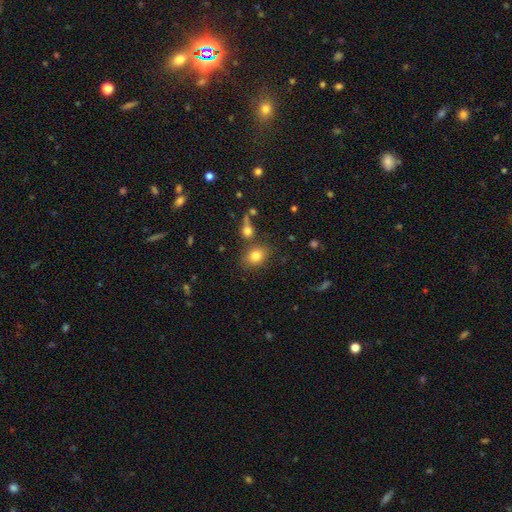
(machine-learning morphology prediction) The model was most divided on "how rounded": in between: 59%, round: 40%, cigar-shaped: 1%. More confident: smooth or featured — smooth (81%); merging — none (74%).